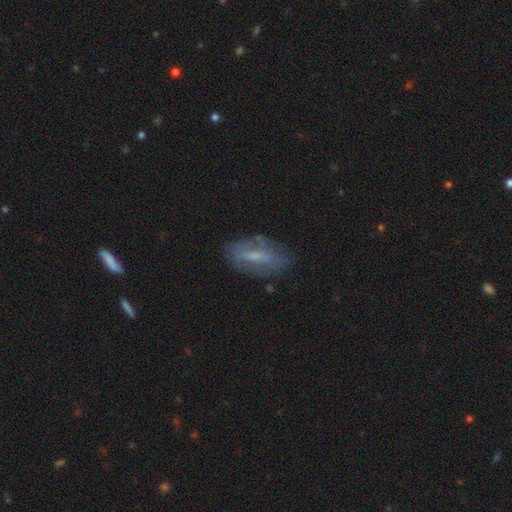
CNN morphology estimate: A featured or disk galaxy (47%).

Vote fractions:
- Smooth or featured? featured or disk: 47% / smooth: 44% / star or artifact: 9%
- Merging? none: 70% / minor disturbance: 20% / major disturbance: 8% / merger: 2%